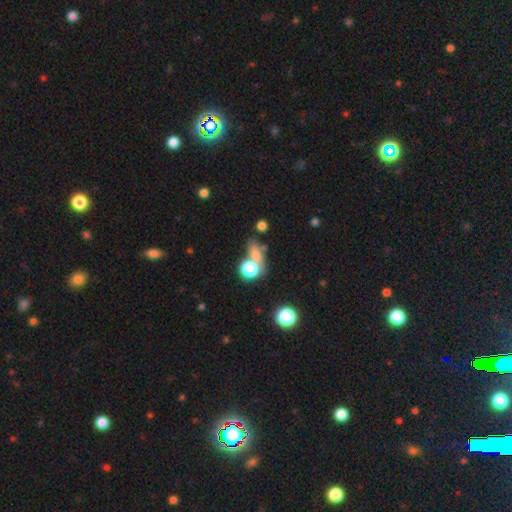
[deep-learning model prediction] smooth 68%, star or artifact 21%, featured or disk 12%. Down the decision tree: how rounded — in between (47%); merging — none (46%).